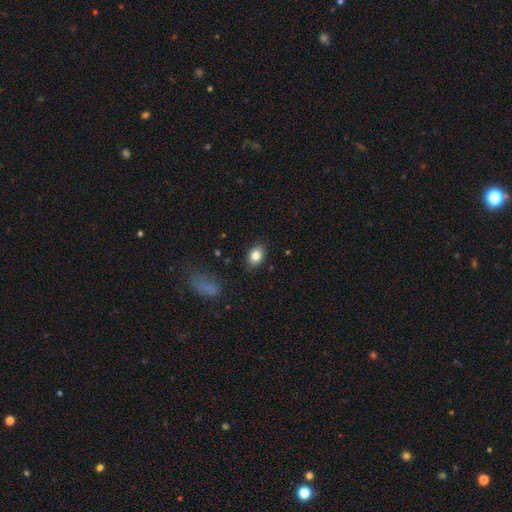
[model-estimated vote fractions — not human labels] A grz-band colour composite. It shows a smooth galaxy with no disk features (82%) that is in between round and cigar-shaped (76%). Merging: none (87%).